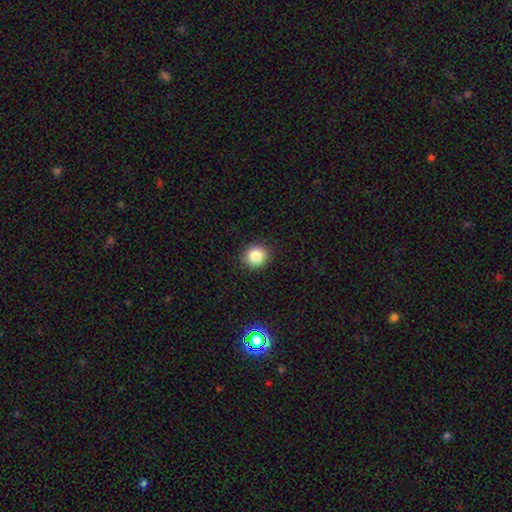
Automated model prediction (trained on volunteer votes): Q: Smooth or featured?
A: smooth (85%); runner-up: star or artifact (10%)
Q: How rounded?
A: round (87%); runner-up: in between (12%)
Q: Merging?
A: none (91%); runner-up: minor disturbance (6%)